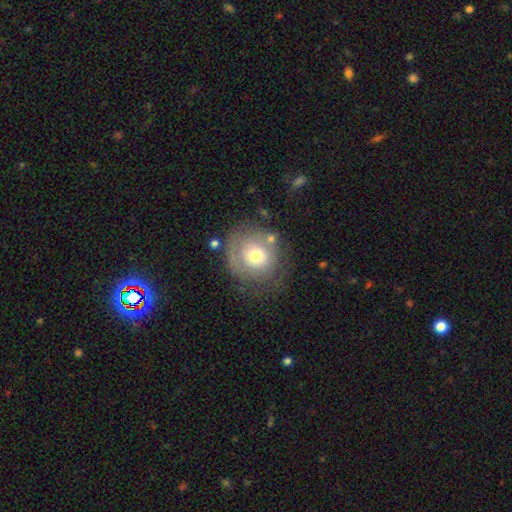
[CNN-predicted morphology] Smooth or featured? Predicted: smooth (p=0.52). How rounded? Predicted: round (p=0.87). Merging? Predicted: none (p=0.62).